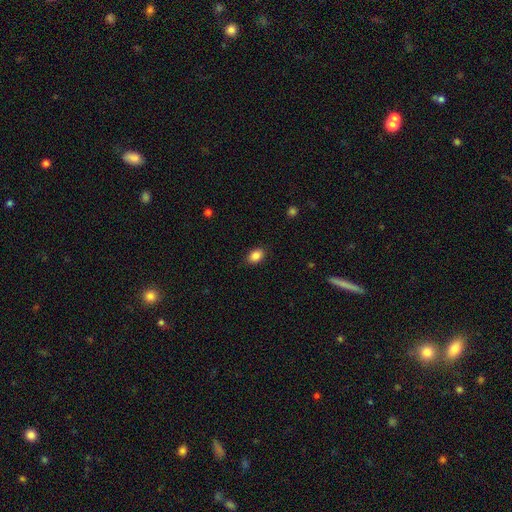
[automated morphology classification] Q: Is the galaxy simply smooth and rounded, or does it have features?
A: smooth — 87%.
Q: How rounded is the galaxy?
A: in between — 79%.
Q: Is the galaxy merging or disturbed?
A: none — 87%.